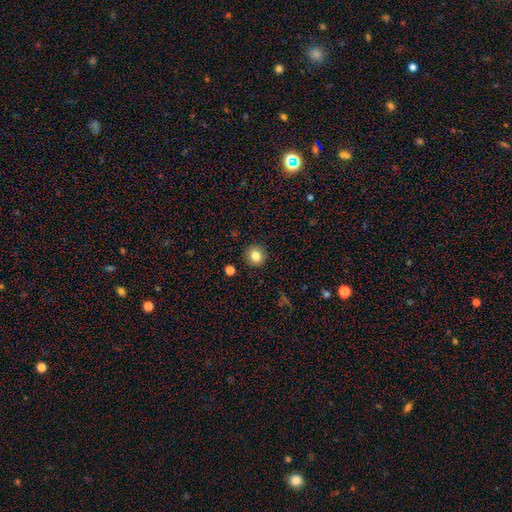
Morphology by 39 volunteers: This appears to be a smooth galaxy with no disk features (85%) that is round (85%). Merging: none (89%).